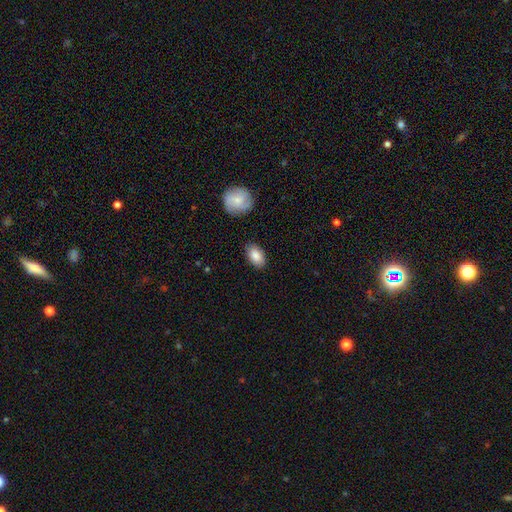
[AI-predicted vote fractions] A smooth galaxy with no disk features (85%) that is in between round and cigar-shaped (88%). Merging: none (85%).